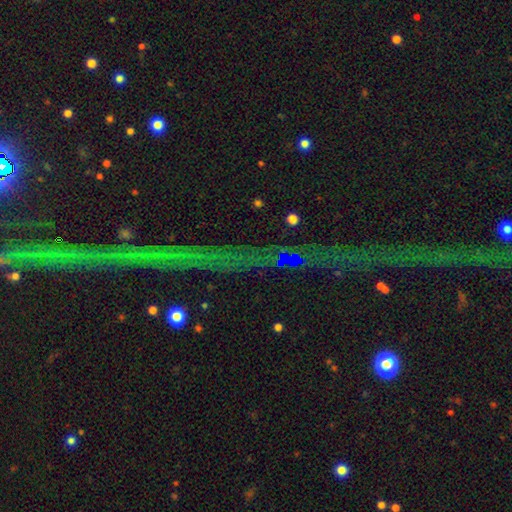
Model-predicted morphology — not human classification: Overall: star or artifact (77%).